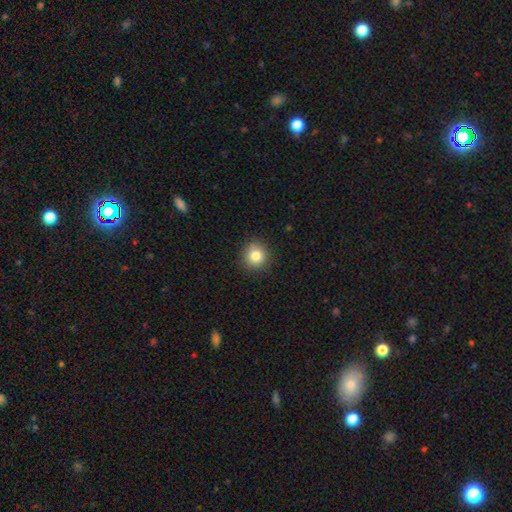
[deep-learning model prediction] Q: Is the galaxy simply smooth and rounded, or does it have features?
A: smooth — 82%.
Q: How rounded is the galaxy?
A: round — 91%.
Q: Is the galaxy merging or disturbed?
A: none — 88%.